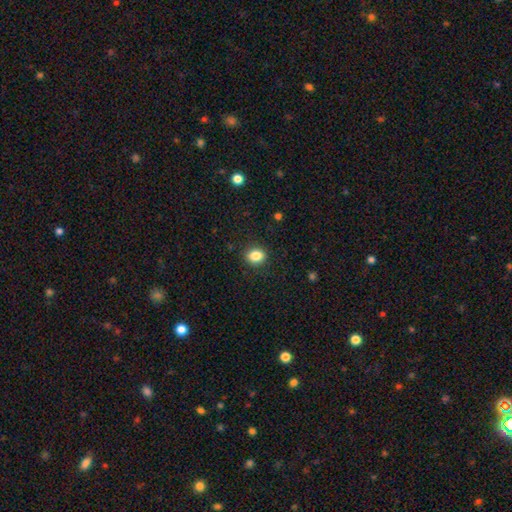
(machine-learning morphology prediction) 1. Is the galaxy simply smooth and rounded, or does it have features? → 85% smooth, 10% star or artifact, 5% featured or disk.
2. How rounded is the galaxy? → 51% in between, 48% round, 1% cigar-shaped.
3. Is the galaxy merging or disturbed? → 89% none, 8% minor disturbance, 2% major disturbance, 1% merger.